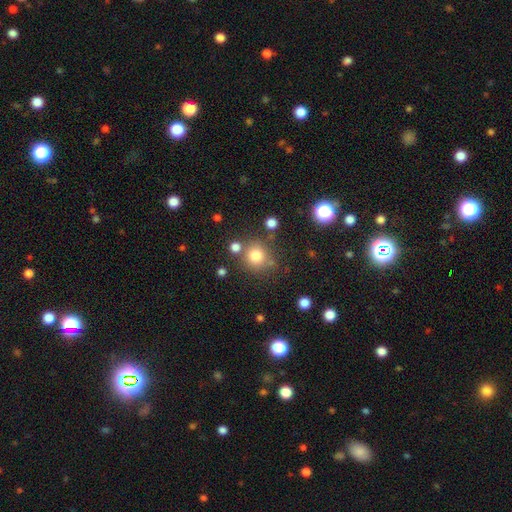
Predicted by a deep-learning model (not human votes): smooth_or_featured: smooth (p=0.78) [alt: star or artifact p=0.13]
how_rounded: round (p=0.90) [alt: in between p=0.09]
merging: none (p=0.72) [alt: merger p=0.12]